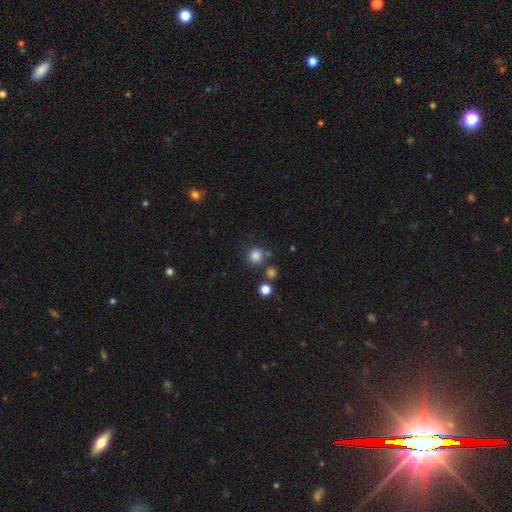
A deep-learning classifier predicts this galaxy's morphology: This is clearly a smooth galaxy (82%). How rounded: clearly round (93%). Merging: likely none (79%).